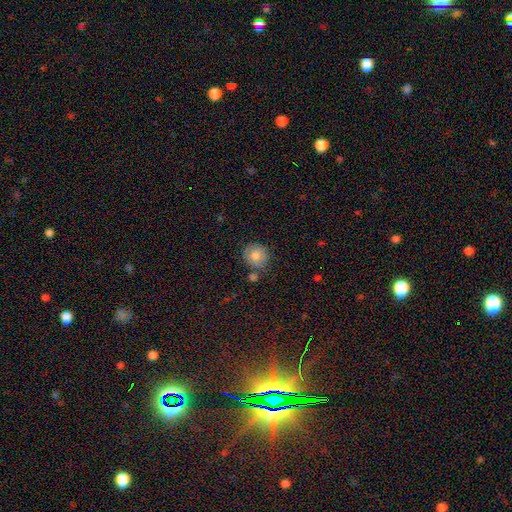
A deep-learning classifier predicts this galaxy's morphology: Q: Smooth or featured?
A: smooth (77%); runner-up: featured or disk (14%)
Q: How rounded?
A: round (88%); runner-up: in between (11%)
Q: Merging?
A: none (76%); runner-up: minor disturbance (12%)